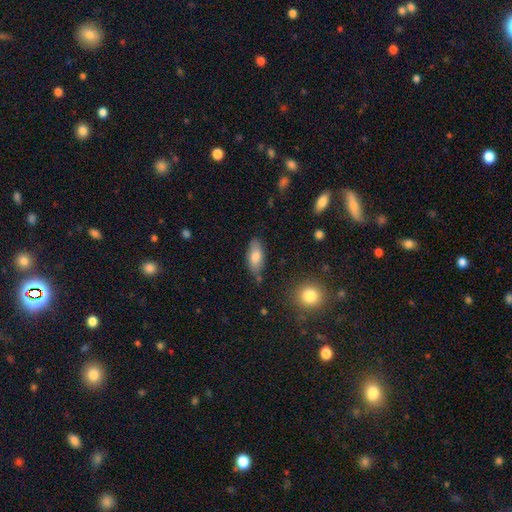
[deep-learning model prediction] smooth-or-featured: smooth: 78% | featured or disk: 15% | star or artifact: 7%
  how-rounded: in between: 85% | cigar-shaped: 12% | round: 3%
  merging: none: 76% | minor disturbance: 17% | merger: 4% | major disturbance: 3%